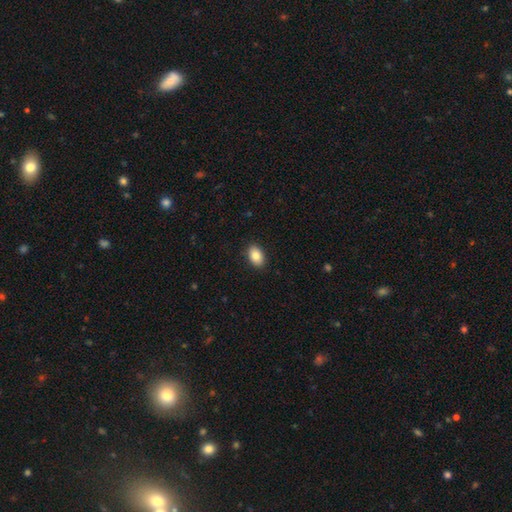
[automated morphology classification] A smooth galaxy with no disk features (85%) that is in between round and cigar-shaped (86%). Merging: none (90%).